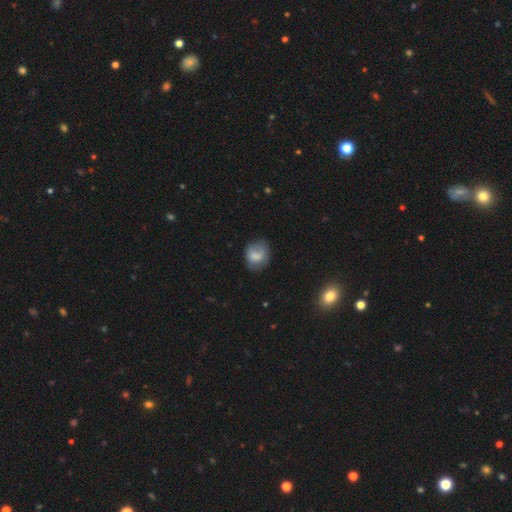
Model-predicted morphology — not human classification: A smooth galaxy with no disk features (67%) that is round (57%). Merging: none (59%).